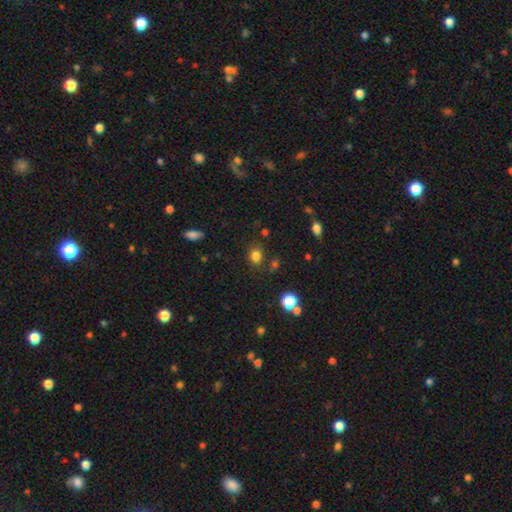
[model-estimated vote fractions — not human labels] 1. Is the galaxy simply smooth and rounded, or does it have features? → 80% smooth, 14% star or artifact, 6% featured or disk.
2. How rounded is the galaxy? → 56% round, 43% in between, 1% cigar-shaped.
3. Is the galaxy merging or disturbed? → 77% none, 13% minor disturbance, 5% merger, 4% major disturbance.